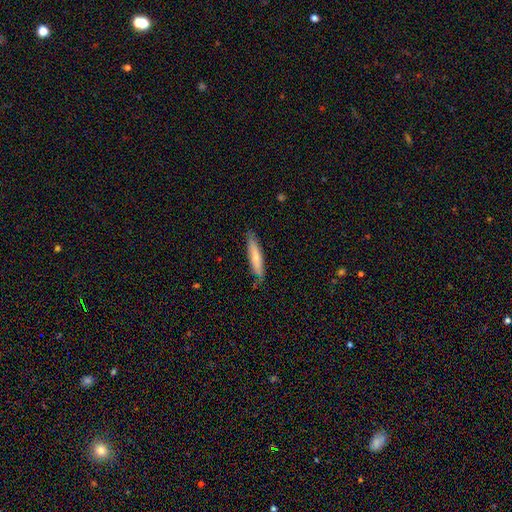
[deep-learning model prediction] Q: Smooth or featured?
A: smooth (60%); runner-up: featured or disk (34%)
Q: How rounded?
A: cigar-shaped (91%); runner-up: in between (8%)
Q: Merging?
A: none (84%); runner-up: minor disturbance (12%)